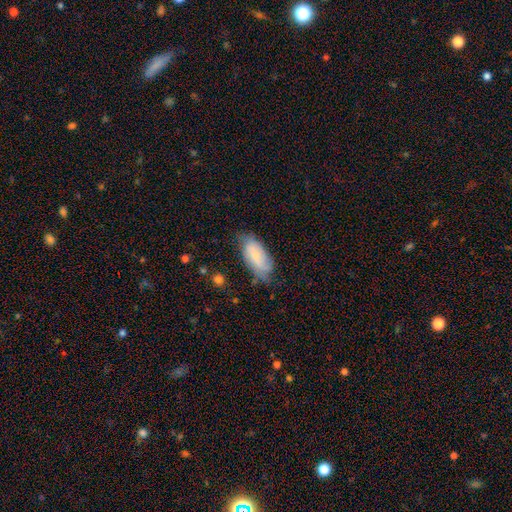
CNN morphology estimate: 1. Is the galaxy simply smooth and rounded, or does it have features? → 61% smooth, 32% featured or disk, 7% star or artifact.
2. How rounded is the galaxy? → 89% in between, 8% cigar-shaped, 2% round.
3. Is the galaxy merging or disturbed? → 65% none, 27% minor disturbance, 6% major disturbance, 2% merger.